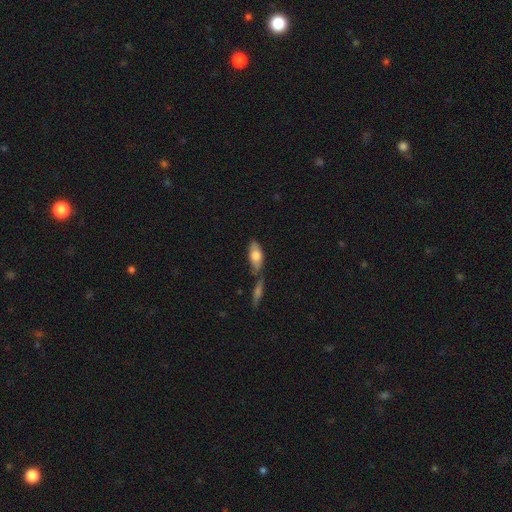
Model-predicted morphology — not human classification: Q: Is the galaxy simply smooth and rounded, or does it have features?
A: smooth — 70%.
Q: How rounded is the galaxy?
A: in between — 80%.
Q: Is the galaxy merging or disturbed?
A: none — 49%.